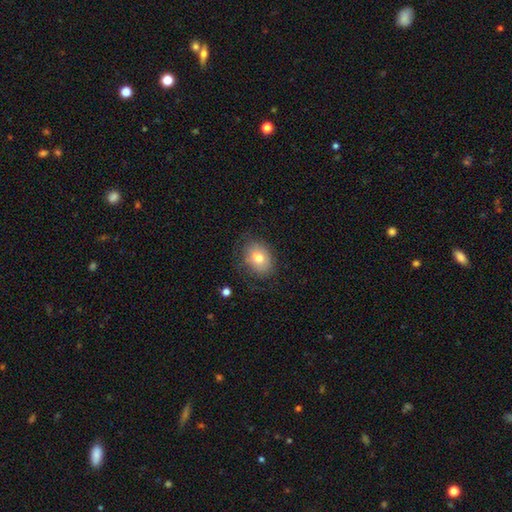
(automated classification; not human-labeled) smooth 71%, featured or disk 20%, star or artifact 9%. Down the decision tree: how rounded — in between (66%); merging — none (65%).